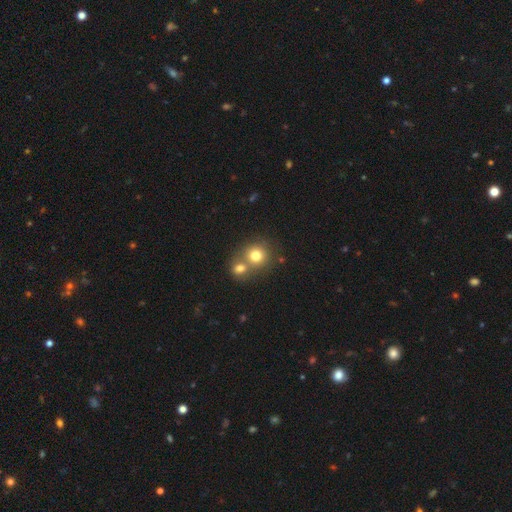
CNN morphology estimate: Smooth or featured? smooth (76%)
How rounded? round (84%)
Merging? merger (47%)